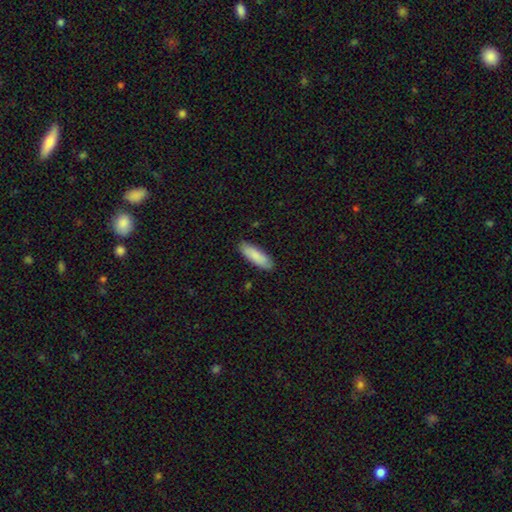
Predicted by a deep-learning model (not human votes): Smooth or featured: smooth — 88% (featured or disk — 7%)
How rounded: in between — 50% (cigar-shaped — 48%)
Merging: none — 88% (minor disturbance — 10%)